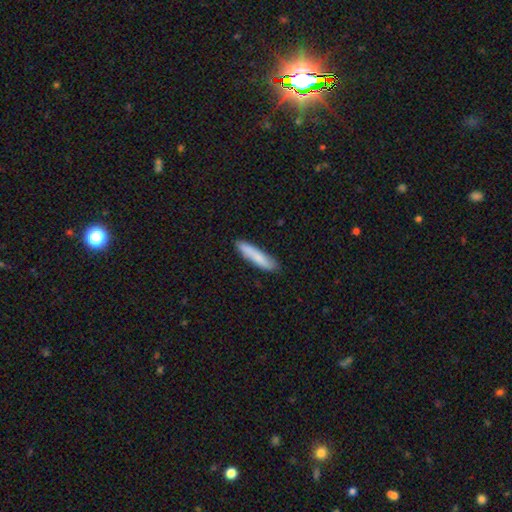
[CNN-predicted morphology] Smooth or featured? smooth (80%)
How rounded? cigar-shaped (86%)
Merging? none (85%)